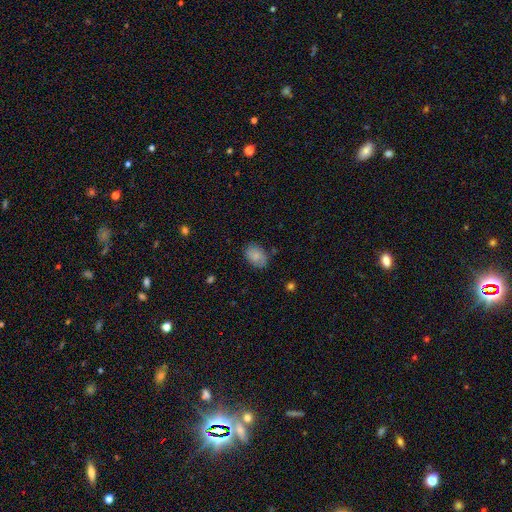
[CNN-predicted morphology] type=smooth (80%); roundness=in between (82%); merging=none (76%).